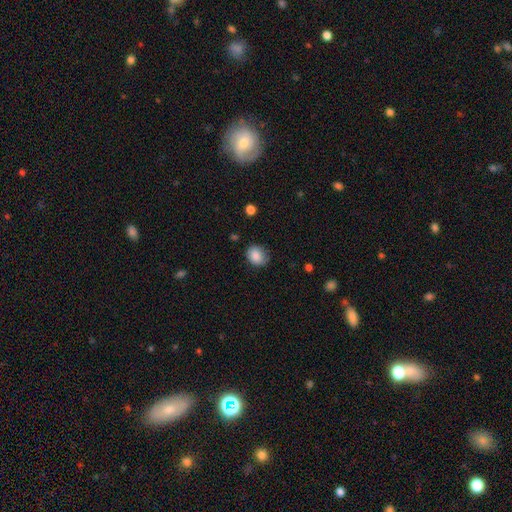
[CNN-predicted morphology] smooth-or-featured: smooth: 86% | star or artifact: 8% | featured or disk: 6%
  how-rounded: round: 58% | in between: 41% | cigar-shaped: 1%
  merging: none: 72% | minor disturbance: 22% | major disturbance: 5% | merger: 1%